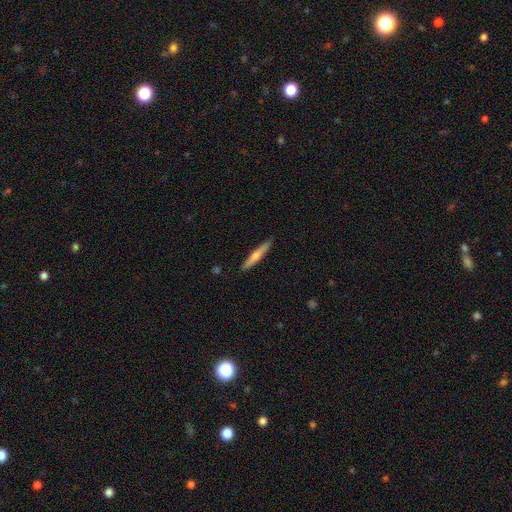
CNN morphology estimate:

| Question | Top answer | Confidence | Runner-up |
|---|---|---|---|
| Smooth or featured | smooth | 49% | featured or disk (45%) |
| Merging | none | 91% | minor disturbance (7%) |